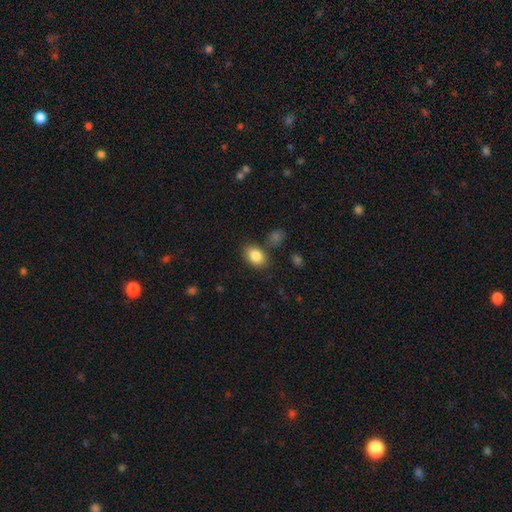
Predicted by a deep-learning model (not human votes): Smooth or featured?
  - smooth: 85% *
  - star or artifact: 8%
  - featured or disk: 6%
How rounded?
  - in between: 77% *
  - round: 22%
  - cigar-shaped: 1%
Merging?
  - none: 79% *
  - minor disturbance: 12%
  - merger: 5%
  - major disturbance: 3%